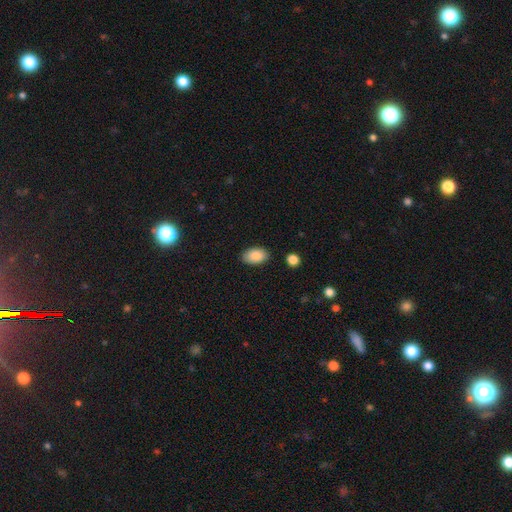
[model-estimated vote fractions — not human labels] Q: Smooth or featured?
A: smooth (87%); runner-up: star or artifact (7%)
Q: How rounded?
A: in between (92%); runner-up: round (6%)
Q: Merging?
A: none (85%); runner-up: minor disturbance (11%)